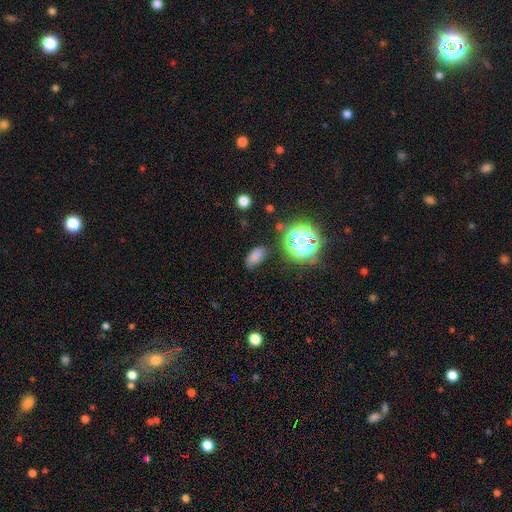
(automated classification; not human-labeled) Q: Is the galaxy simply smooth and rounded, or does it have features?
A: smooth — 70%.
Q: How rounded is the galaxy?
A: in between — 85%.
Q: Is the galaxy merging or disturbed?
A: none — 73%.